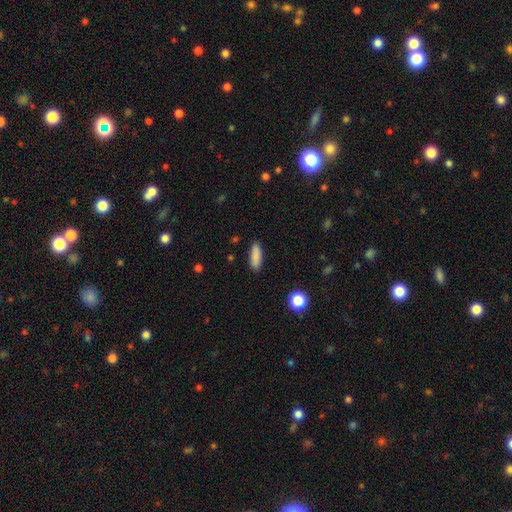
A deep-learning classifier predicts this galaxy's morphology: A smooth galaxy with no disk features (87%) that is in between round and cigar-shaped (55%).

Vote fractions:
- Smooth or featured? smooth: 87% / star or artifact: 7% / featured or disk: 5%
- How rounded? in between: 55% / cigar-shaped: 43% / round: 2%
- Merging? none: 88% / minor disturbance: 8% / major disturbance: 2% / merger: 1%